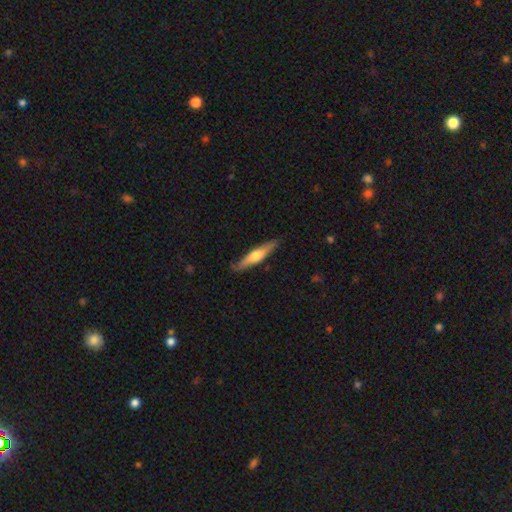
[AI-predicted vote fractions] smooth_or_featured: featured or disk (p=0.48) [alt: smooth p=0.47]
merging: none (p=0.85) [alt: minor disturbance p=0.12]